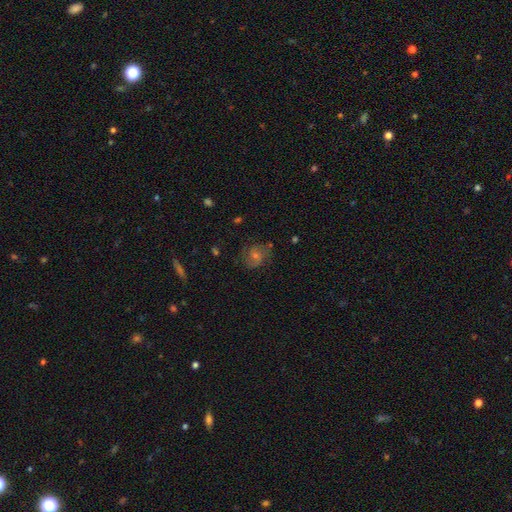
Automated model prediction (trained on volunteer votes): smooth-or-featured: featured or disk: 61% | smooth: 21% | star or artifact: 18%
  disk-edge-on: no: 97% | yes: 3%
    bar: no: 65% | weak: 30% | strong: 6%
    has-spiral-arms: yes: 89% | no: 11%
      spiral-winding: medium: 45% | tight: 39% | loose: 15%
      spiral-arm-count: 2: 65% | can't tell: 20% | 3: 6% | 1: 4% | 4: 2% | more than 4: 2%
    bulge-size: small: 46% | moderate: 45% | none: 4% | large: 4% | dominant: 1%
  merging: none: 77% | minor disturbance: 15% | major disturbance: 7% | merger: 2%